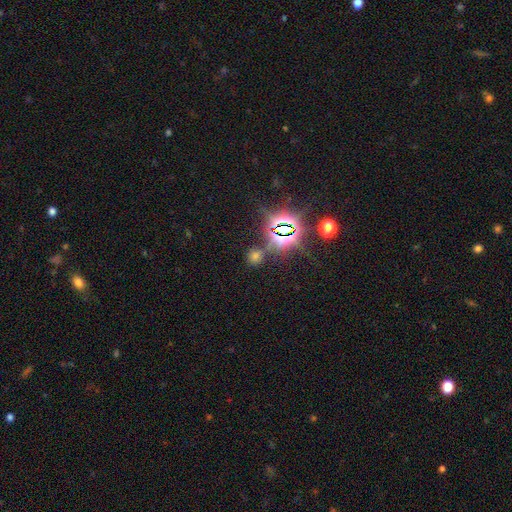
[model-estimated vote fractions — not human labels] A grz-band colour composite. It shows a star or artifact, not a galaxy (51%).